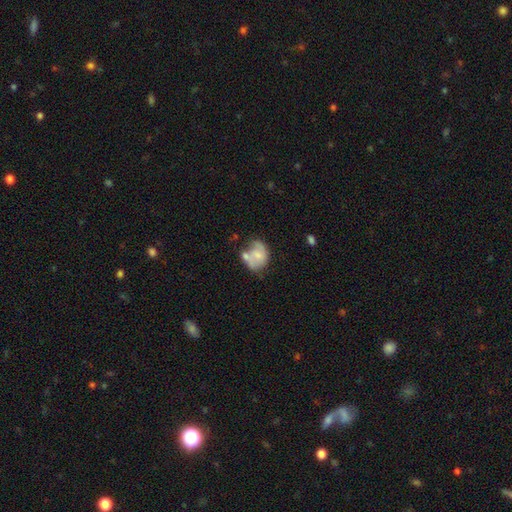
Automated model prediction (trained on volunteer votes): This appears to be a smooth galaxy with no disk features (48%). Merging: merger (31%, tied with none).